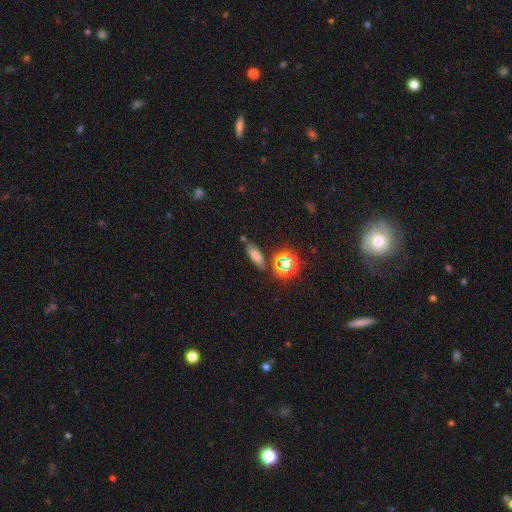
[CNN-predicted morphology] A smooth galaxy with no disk features (63%) that is in between round and cigar-shaped (64%).

Vote fractions:
- Smooth or featured? smooth: 63% / star or artifact: 24% / featured or disk: 13%
- How rounded? in between: 64% / cigar-shaped: 28% / round: 8%
- Merging? none: 72% / minor disturbance: 16% / merger: 8% / major disturbance: 5%